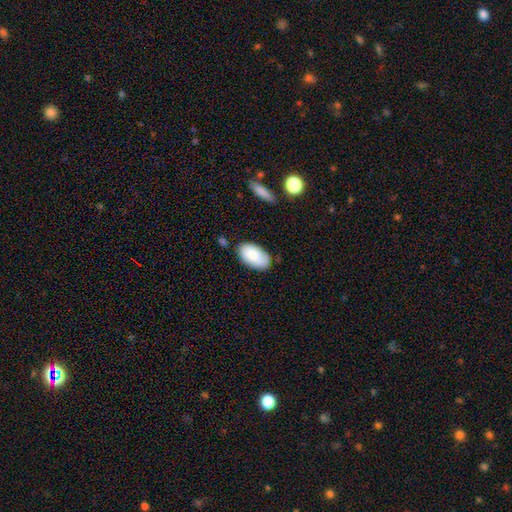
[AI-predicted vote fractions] smooth 79%, featured or disk 14%, star or artifact 7%. Down the decision tree: how rounded — in between (95%); merging — none (77%).